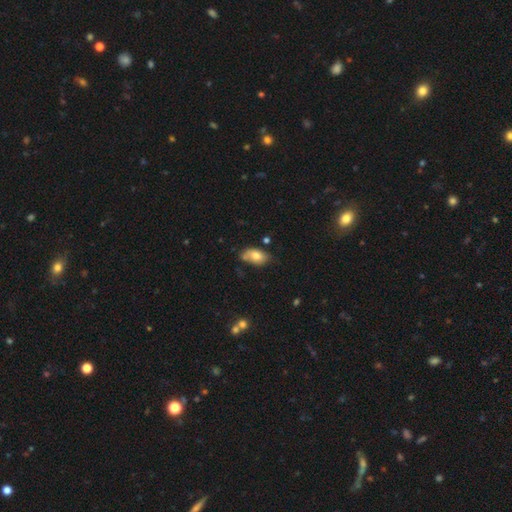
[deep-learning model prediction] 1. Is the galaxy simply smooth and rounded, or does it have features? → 72% smooth, 20% featured or disk, 8% star or artifact.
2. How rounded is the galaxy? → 92% in between, 5% round, 3% cigar-shaped.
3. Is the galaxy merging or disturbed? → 55% none, 31% minor disturbance, 8% major disturbance, 7% merger.